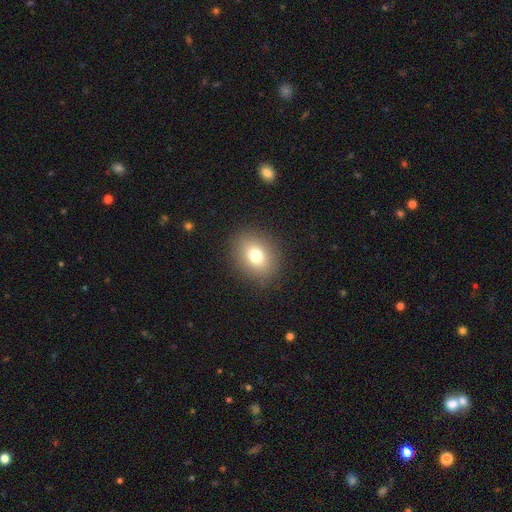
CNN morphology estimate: smooth-or-featured: smooth: 76% | star or artifact: 12% | featured or disk: 12%
  how-rounded: in between: 52% | round: 46% | cigar-shaped: 1%
  merging: none: 88% | minor disturbance: 8% | major disturbance: 3% | merger: 1%